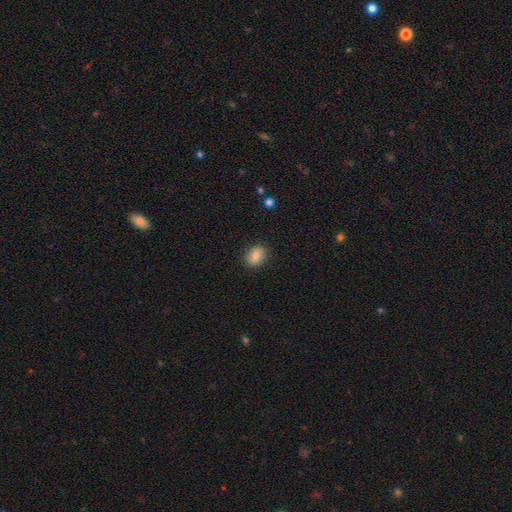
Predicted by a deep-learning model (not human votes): smooth-or-featured: smooth: 79% | featured or disk: 12% | star or artifact: 9%
  how-rounded: in between: 54% | round: 45% | cigar-shaped: 1%
  merging: none: 88% | minor disturbance: 9% | major disturbance: 2% | merger: 1%